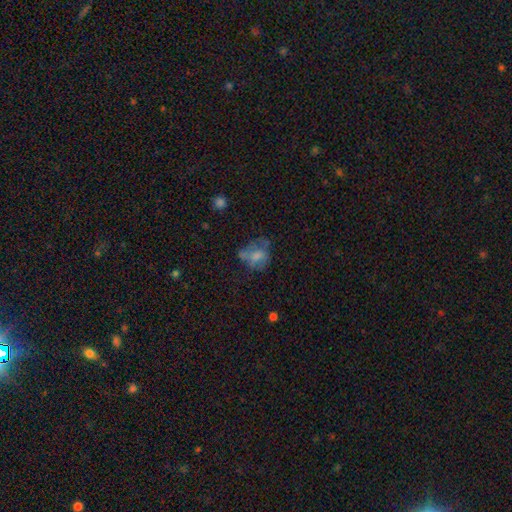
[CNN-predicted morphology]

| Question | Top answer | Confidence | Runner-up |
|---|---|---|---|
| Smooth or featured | smooth | 53% | featured or disk (35%) |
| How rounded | round | 51% | in between (47%) |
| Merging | none | 37% | major disturbance (30%) |